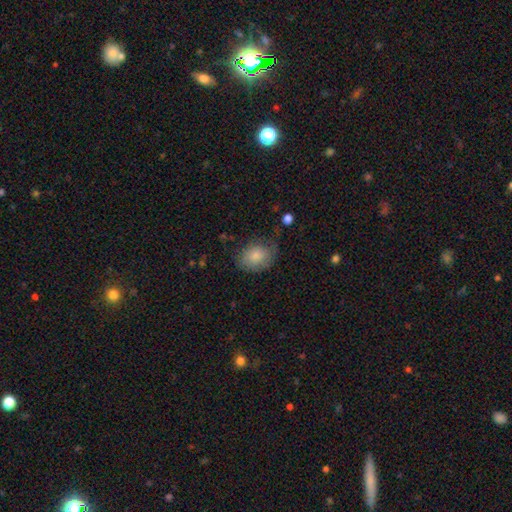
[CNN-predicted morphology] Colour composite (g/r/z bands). It shows a smooth galaxy with no disk features (81%) that is in between round and cigar-shaped (66%). Merging: none (60%).